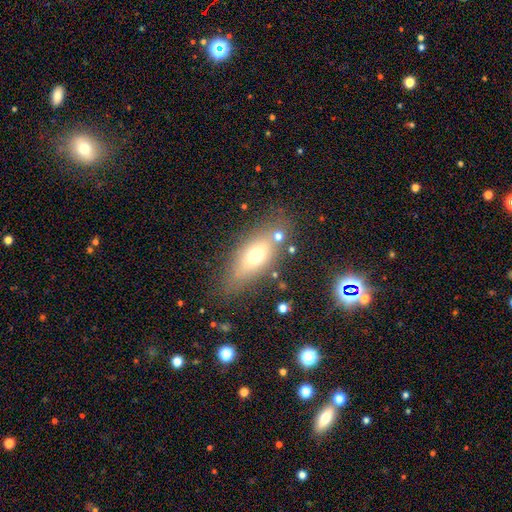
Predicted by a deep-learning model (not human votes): The model was most divided on "smooth or featured": smooth: 62%, featured or disk: 26%, star or artifact: 12%. More confident: merging — none (73%); how rounded — in between (68%).